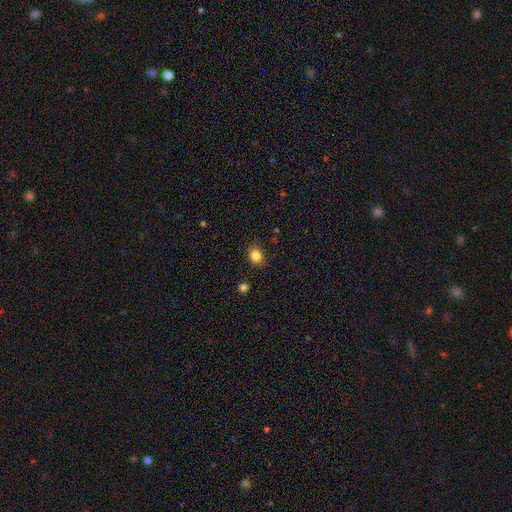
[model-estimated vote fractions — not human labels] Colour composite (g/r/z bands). It shows a smooth galaxy with no disk features (83%) that is round (62%). Merging: none (83%).